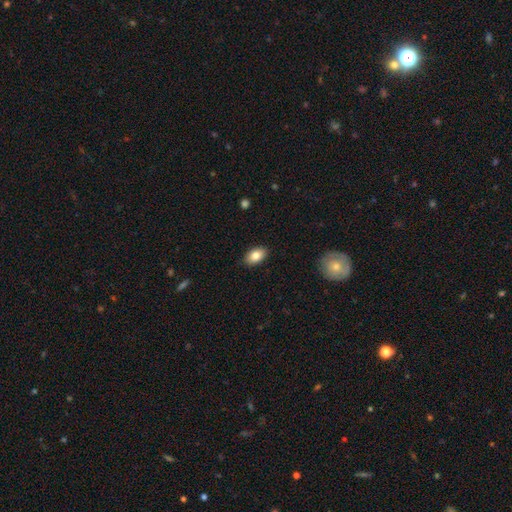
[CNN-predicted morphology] Smooth or featured?
  - smooth: 83% *
  - featured or disk: 10%
  - star or artifact: 7%
How rounded?
  - in between: 92% *
  - round: 6%
  - cigar-shaped: 2%
Merging?
  - none: 88% *
  - minor disturbance: 9%
  - major disturbance: 2%
  - merger: 1%